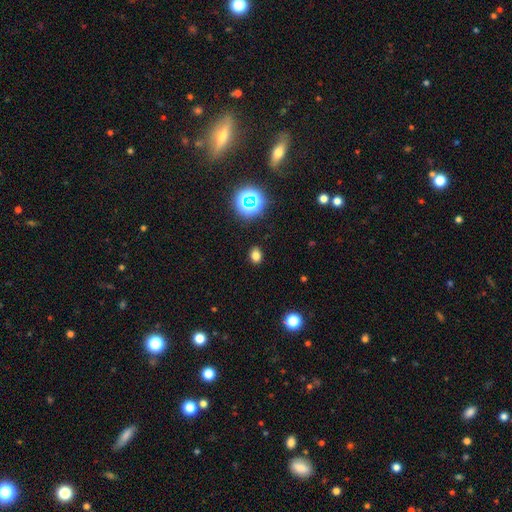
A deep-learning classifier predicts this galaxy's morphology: This is likely a smooth galaxy (74%). How rounded: likely in between (61%). Merging: clearly none (88%).